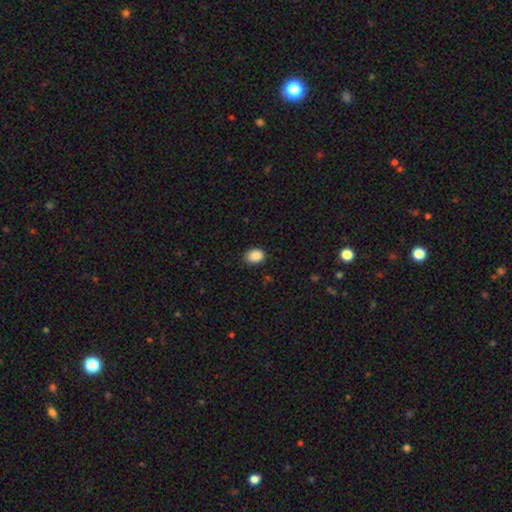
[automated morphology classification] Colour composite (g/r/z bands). It shows a smooth galaxy with no disk features (89%) that is in between round and cigar-shaped (70%). Merging: none (85%).